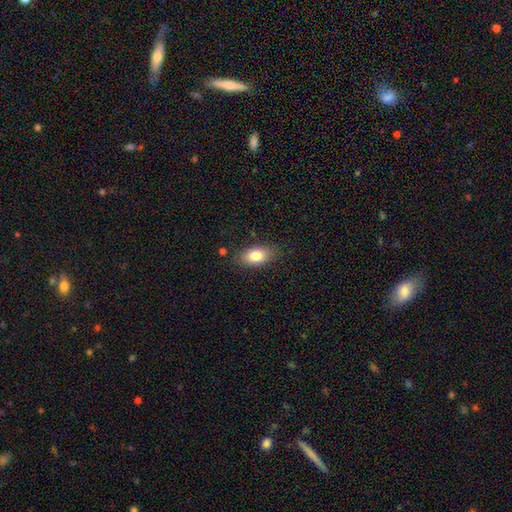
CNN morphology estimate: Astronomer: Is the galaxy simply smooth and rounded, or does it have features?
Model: smooth — 80%.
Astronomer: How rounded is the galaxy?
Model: in between — 89%.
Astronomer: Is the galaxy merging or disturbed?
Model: none — 81%.